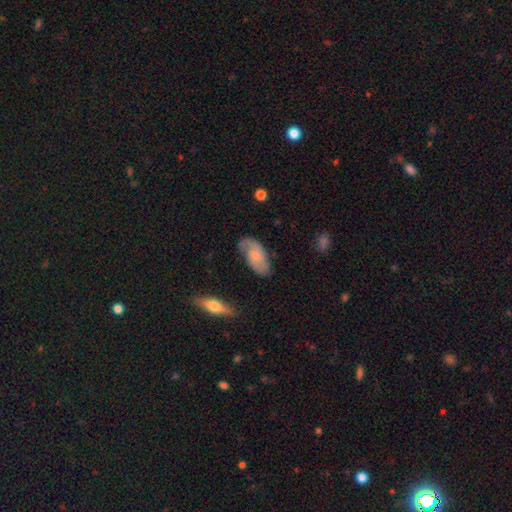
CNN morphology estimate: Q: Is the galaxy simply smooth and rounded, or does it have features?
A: featured or disk — 51%.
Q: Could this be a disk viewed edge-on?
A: no — 92%.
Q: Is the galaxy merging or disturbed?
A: none — 63%.